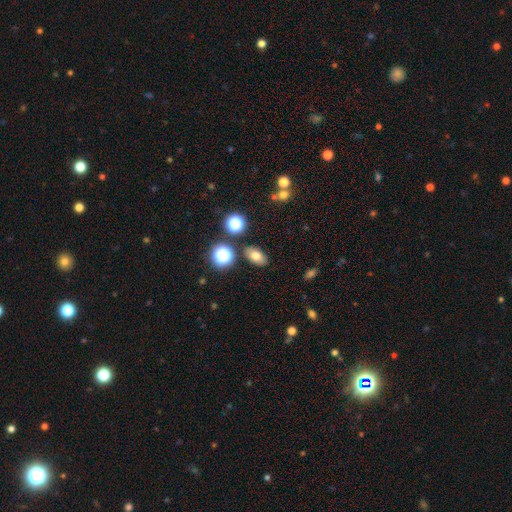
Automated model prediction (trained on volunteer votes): This is likely a smooth galaxy (73%). How rounded: clearly in between (85%). Merging: clearly none (84%).